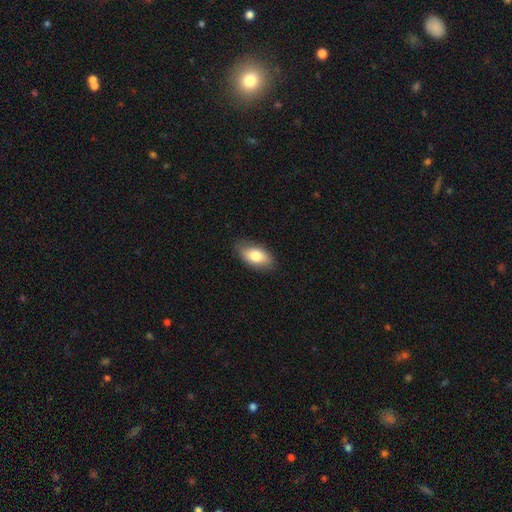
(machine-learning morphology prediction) smooth_or_featured: smooth (p=0.79) [alt: featured or disk p=0.15]
how_rounded: in between (p=0.91) [alt: cigar-shaped p=0.04]
merging: none (p=0.84) [alt: minor disturbance p=0.13]